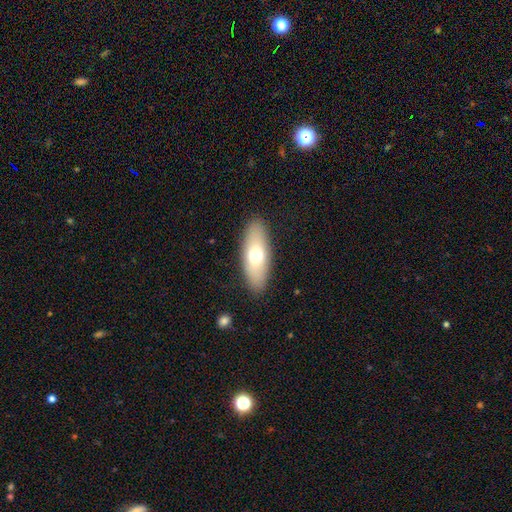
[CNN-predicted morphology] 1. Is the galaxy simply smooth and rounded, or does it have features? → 67% smooth, 27% featured or disk, 7% star or artifact.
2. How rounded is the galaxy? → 71% in between, 26% cigar-shaped, 3% round.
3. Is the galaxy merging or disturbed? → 88% none, 8% minor disturbance, 3% major disturbance, 1% merger.